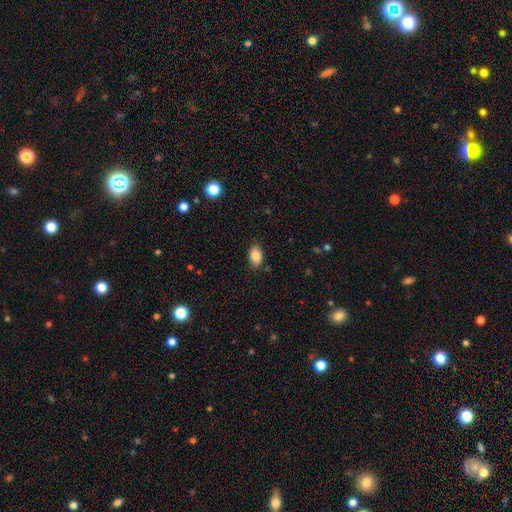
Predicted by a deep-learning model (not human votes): Overall: smooth (87%). How rounded: in between (88%). Merging: none (85%).